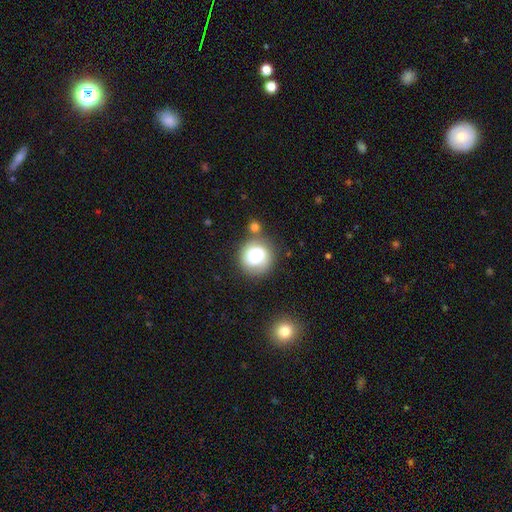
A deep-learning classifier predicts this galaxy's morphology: This is likely a smooth galaxy (73%). How rounded: clearly round (90%). Merging: likely none (65%).